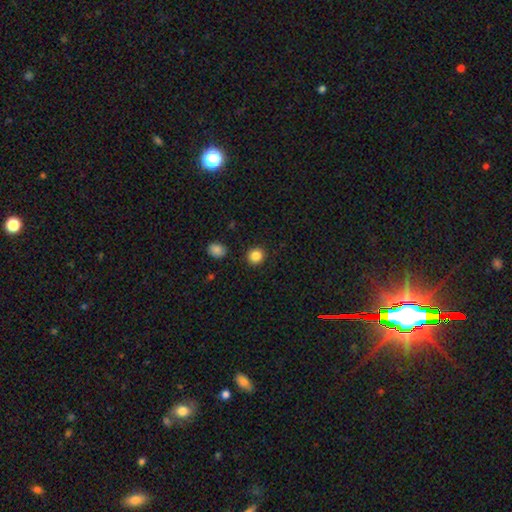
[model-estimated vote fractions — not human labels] Smooth or featured? smooth (86%)
How rounded? round (88%)
Merging? none (90%)